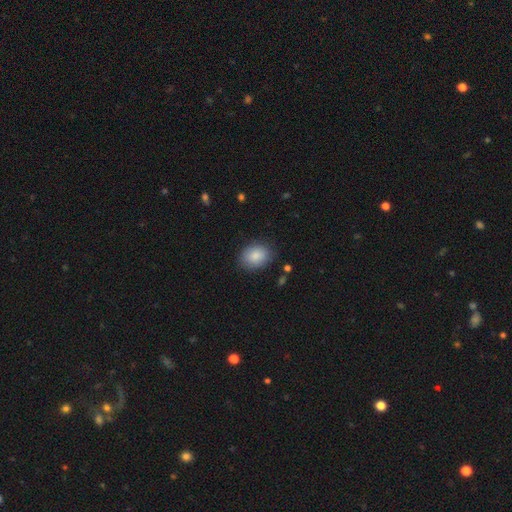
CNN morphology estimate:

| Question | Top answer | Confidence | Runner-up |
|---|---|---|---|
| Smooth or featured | smooth | 86% | star or artifact (7%) |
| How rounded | in between | 65% | round (34%) |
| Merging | none | 83% | minor disturbance (12%) |